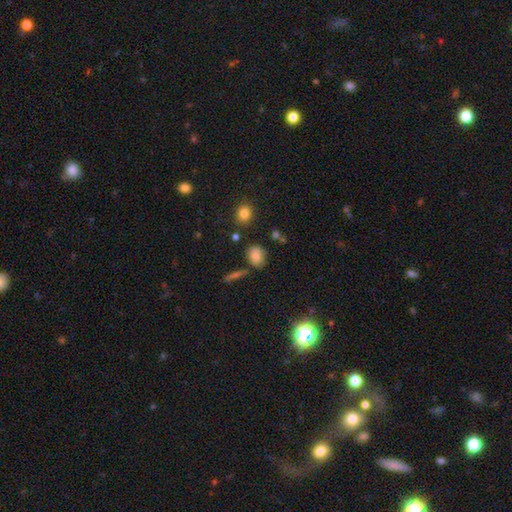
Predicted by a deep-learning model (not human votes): Smooth or featured: smooth — 75% (featured or disk — 13%)
How rounded: in between — 49% (tied with round — 49%)
Merging: none — 71% (minor disturbance — 17%)